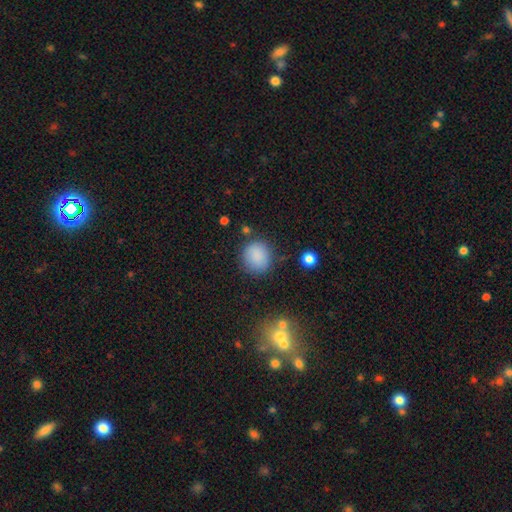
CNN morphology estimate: Q: Smooth or featured?
A: smooth (85%); runner-up: star or artifact (9%)
Q: How rounded?
A: round (83%); runner-up: in between (16%)
Q: Merging?
A: none (79%); runner-up: minor disturbance (13%)